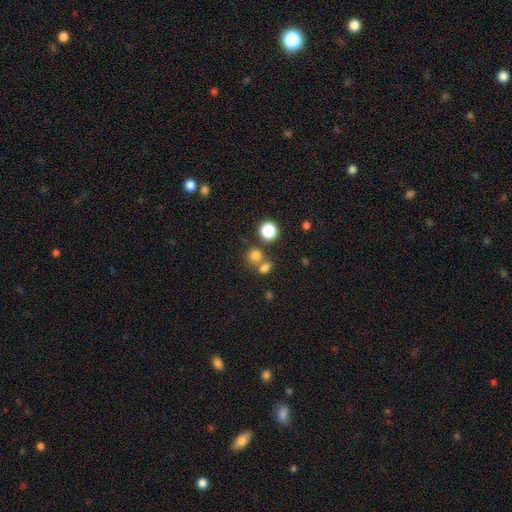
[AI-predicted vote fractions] smooth 76%, star or artifact 17%, featured or disk 8%. Down the decision tree: how rounded — round (80%); merging — none (56%).